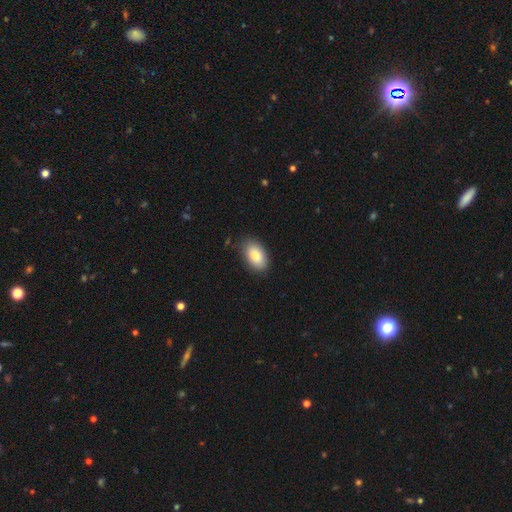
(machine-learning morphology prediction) The model was most divided on "merging": none: 85%, minor disturbance: 11%, major disturbance: 2%, merger: 1%. More confident: how rounded — in between (92%); smooth or featured — smooth (84%).